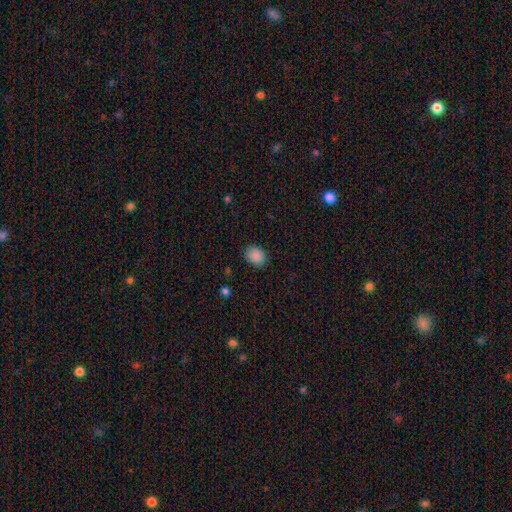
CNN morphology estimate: Overall: smooth (88%). How rounded: in between (50%; round 49%). Merging: none (85%).